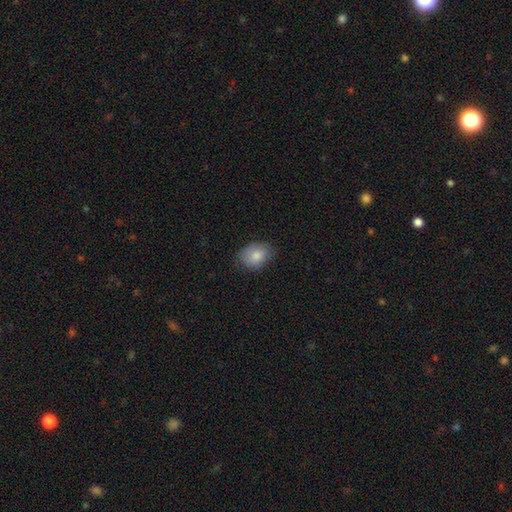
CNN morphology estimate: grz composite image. It shows a smooth galaxy with no disk features (83%) that is in between round and cigar-shaped (66%). Merging: none (74%).